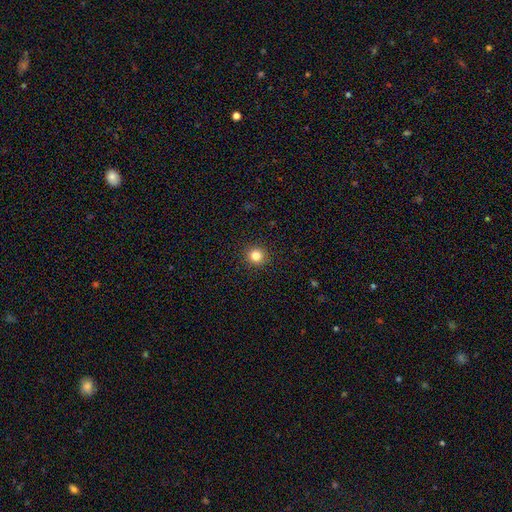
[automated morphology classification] A smooth galaxy with no disk features (83%) that is round (93%).

Vote fractions:
- Smooth or featured? smooth: 83% / star or artifact: 12% / featured or disk: 5%
- How rounded? round: 93% / in between: 6% / cigar-shaped: 1%
- Merging? none: 92% / minor disturbance: 5% / major disturbance: 2% / merger: 1%